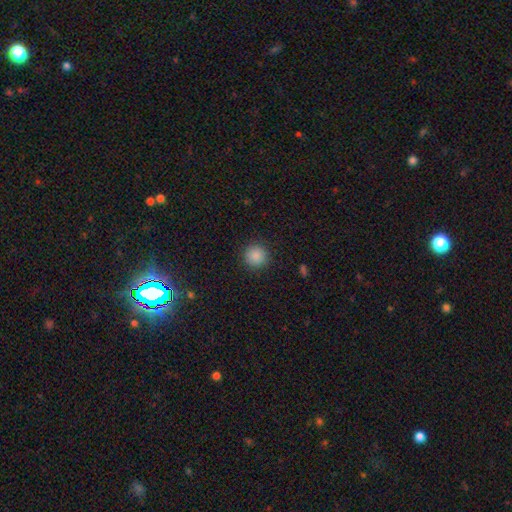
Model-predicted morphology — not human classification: A smooth galaxy with no disk features (87%) that is round (95%).

Vote fractions:
- Smooth or featured? smooth: 87% / star or artifact: 10% / featured or disk: 3%
- How rounded? round: 95% / in between: 5% / cigar-shaped: 1%
- Merging? none: 91% / minor disturbance: 6% / major disturbance: 2% / merger: 1%